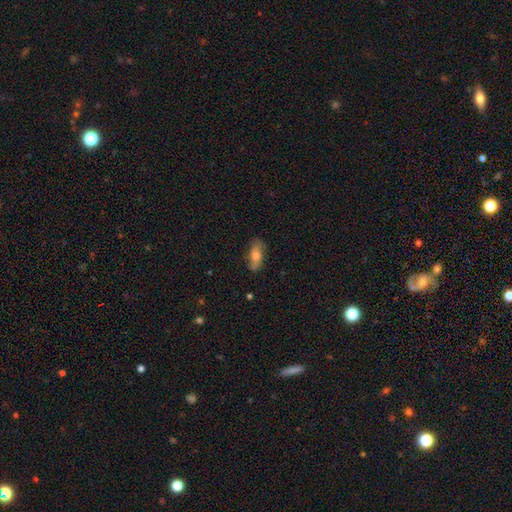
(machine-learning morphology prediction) smooth 61%, featured or disk 31%, star or artifact 9%. Down the decision tree: how rounded — in between (71%); merging — none (80%).